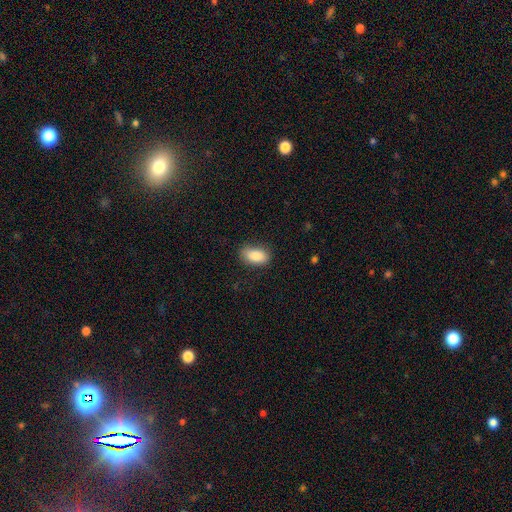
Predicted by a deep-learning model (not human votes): This is clearly a smooth galaxy (87%). How rounded: clearly in between (91%). Merging: clearly none (82%).